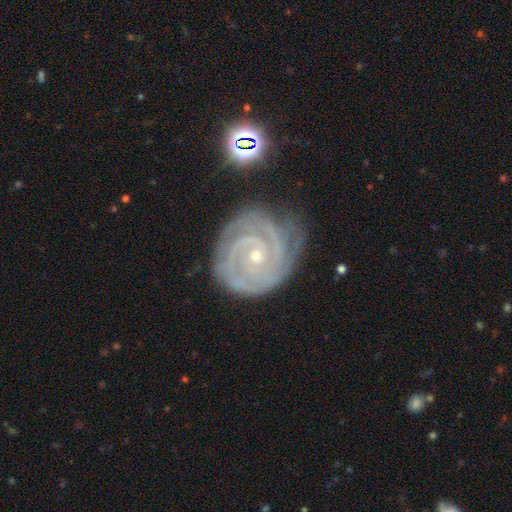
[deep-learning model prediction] smooth-or-featured: featured or disk: 91% | star or artifact: 6% | smooth: 3%
  disk-edge-on: no: 98% | yes: 2%
    bar: no: 70% | weak: 22% | strong: 8%
    has-spiral-arms: yes: 99% | no: 1%
      spiral-winding: tight: 84% | medium: 14% | loose: 2%
      spiral-arm-count: 2: 46% | 3: 28% | can't tell: 10% | 4: 7% | more than 4: 5% | 1: 5%
    bulge-size: small: 74% | moderate: 23% | none: 1% | large: 1% | dominant: 1%
  merging: none: 72% | minor disturbance: 20% | major disturbance: 6% | merger: 2%